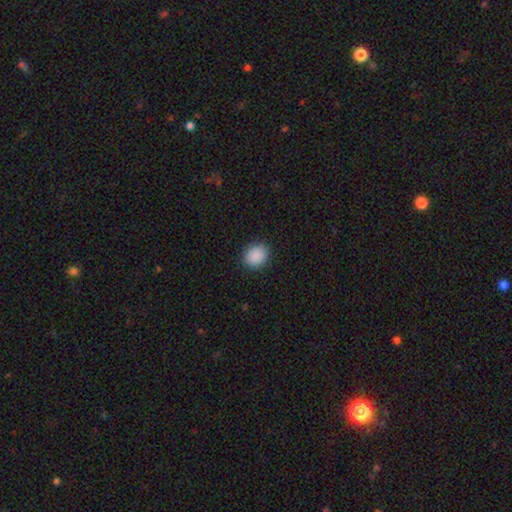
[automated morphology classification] type=smooth (89%); roundness=round (67%); merging=none (89%).